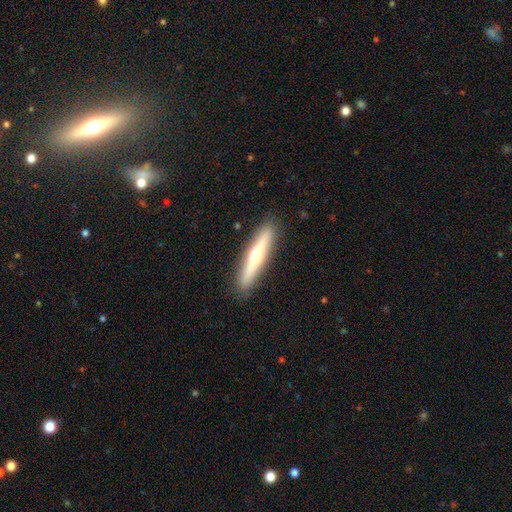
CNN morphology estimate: Smooth or featured? featured or disk (53%)
Edge-on disk? yes (92%)
Merging? none (91%)